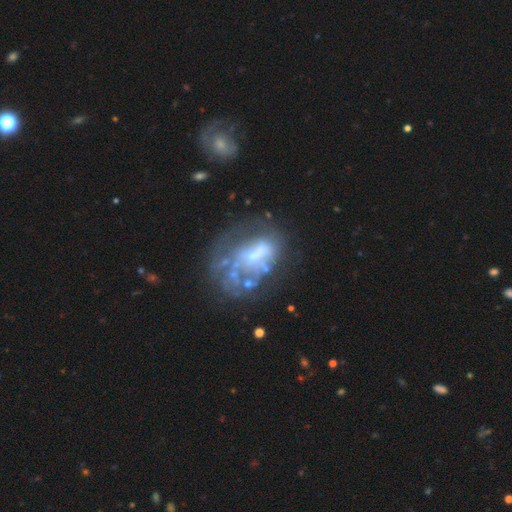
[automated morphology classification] A featured or disk galaxy (62%) with no bar (76%), no spiral arms (81%) and no central bulge (38%). Merging: major disturbance (34%).